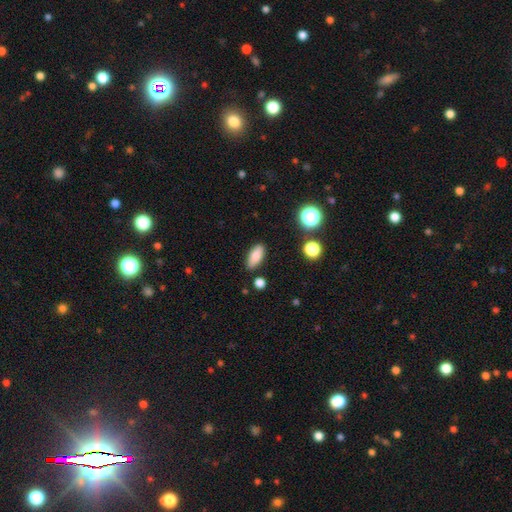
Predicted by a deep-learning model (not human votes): This appears to be a smooth galaxy with no disk features (81%) that is in between round and cigar-shaped (80%). Merging: none (85%).